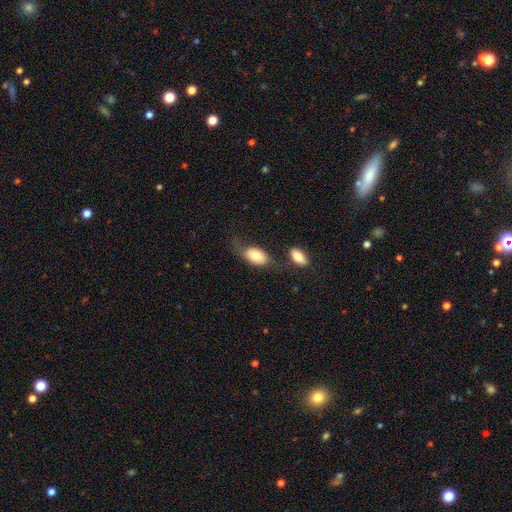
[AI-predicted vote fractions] Q: Smooth or featured?
A: smooth (76%); runner-up: featured or disk (18%)
Q: How rounded?
A: in between (90%); runner-up: round (8%)
Q: Merging?
A: none (45%); runner-up: minor disturbance (23%)